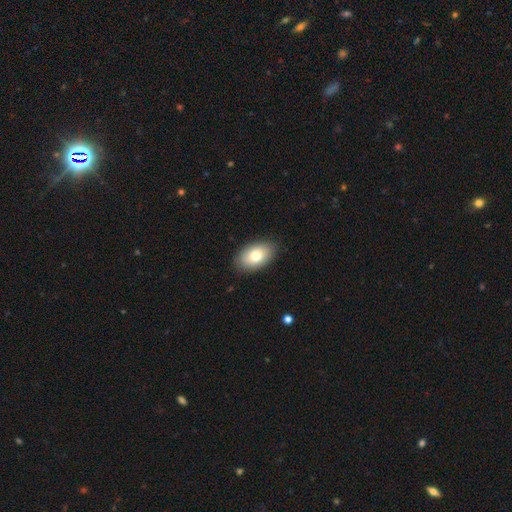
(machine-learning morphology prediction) Q: Smooth or featured?
A: smooth (77%); runner-up: featured or disk (16%)
Q: How rounded?
A: in between (90%); runner-up: round (8%)
Q: Merging?
A: none (87%); runner-up: minor disturbance (10%)